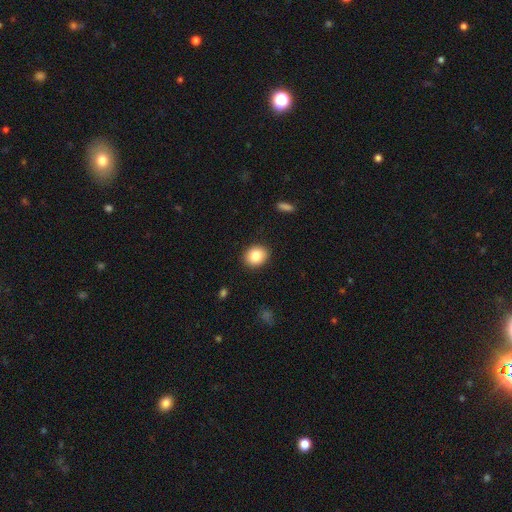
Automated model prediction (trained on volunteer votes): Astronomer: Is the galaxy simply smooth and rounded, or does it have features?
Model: smooth — 84%.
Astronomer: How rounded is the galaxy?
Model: round — 60% (runner-up: in between, 39%).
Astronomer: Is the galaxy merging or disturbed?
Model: none — 90%.